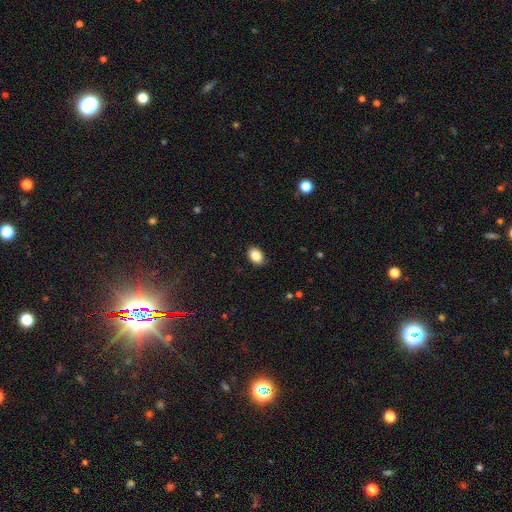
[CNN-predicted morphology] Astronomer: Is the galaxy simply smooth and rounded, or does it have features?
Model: smooth — 87%.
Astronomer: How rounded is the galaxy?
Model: in between — 77%.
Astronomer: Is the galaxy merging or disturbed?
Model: none — 87%.